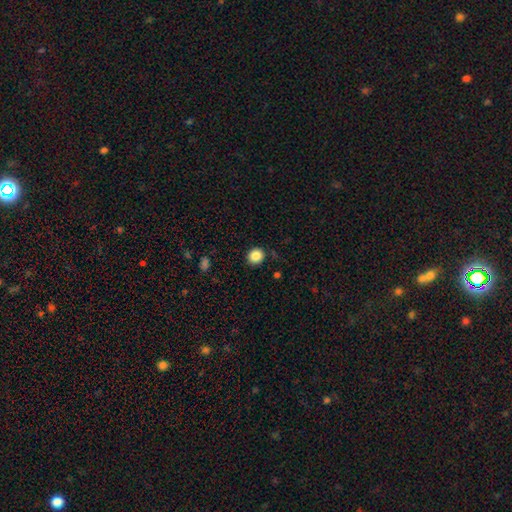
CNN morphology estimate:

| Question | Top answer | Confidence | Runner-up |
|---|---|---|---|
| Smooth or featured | smooth | 86% | star or artifact (10%) |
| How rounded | round | 89% | in between (10%) |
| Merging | none | 89% | minor disturbance (7%) |